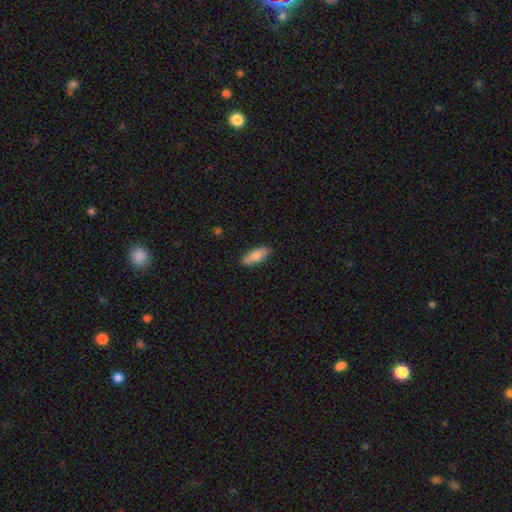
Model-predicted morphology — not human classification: Overall: smooth (80%). How rounded: in between (75%). Merging: none (83%).